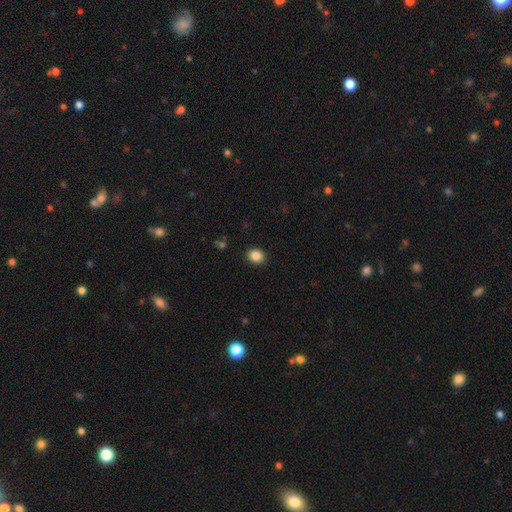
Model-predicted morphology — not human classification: Smooth or featured: smooth — 87% (star or artifact — 10%)
How rounded: round — 67% (in between — 32%)
Merging: none — 90% (minor disturbance — 7%)